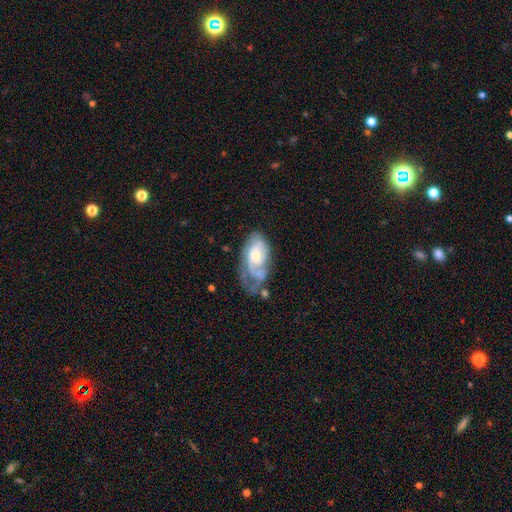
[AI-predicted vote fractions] Morphology: type=featured or disk (70%); edge-on=no (95%); bar=no (63%); spiral arms=yes (85%); winding=tight (49%); arm count=2 (32%); bulge=moderate (50%); merging=none (33%).